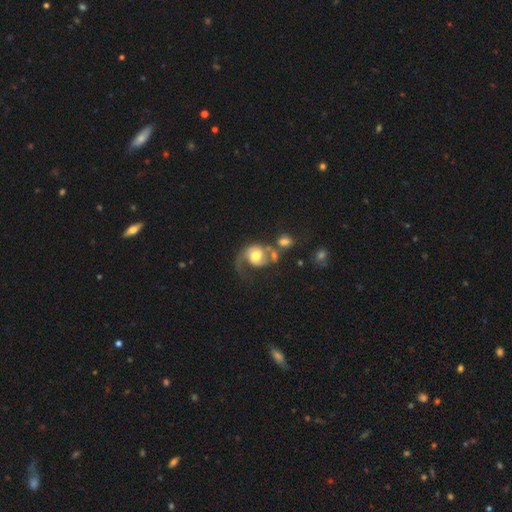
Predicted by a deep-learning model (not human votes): A featured or disk galaxy (65%) with no bar (71%), 1 (56%) loose (49%) spiral arms (88%) and a moderate central bulge (59%). Merging: major disturbance (35%).